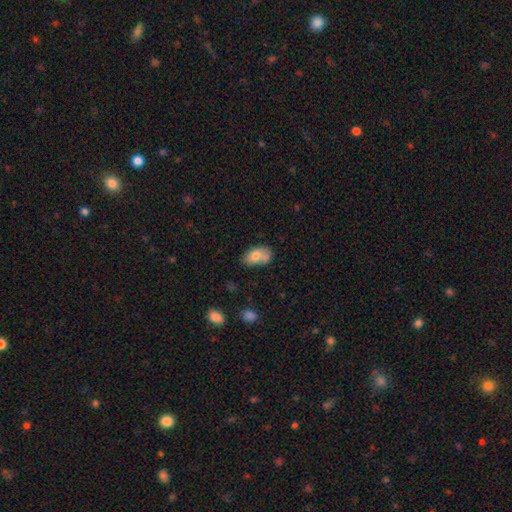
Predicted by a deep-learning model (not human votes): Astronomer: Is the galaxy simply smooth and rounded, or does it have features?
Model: smooth — 73%.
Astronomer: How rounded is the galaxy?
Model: in between — 87%.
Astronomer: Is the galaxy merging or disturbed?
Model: none — 47% (runner-up: merger, 26%).